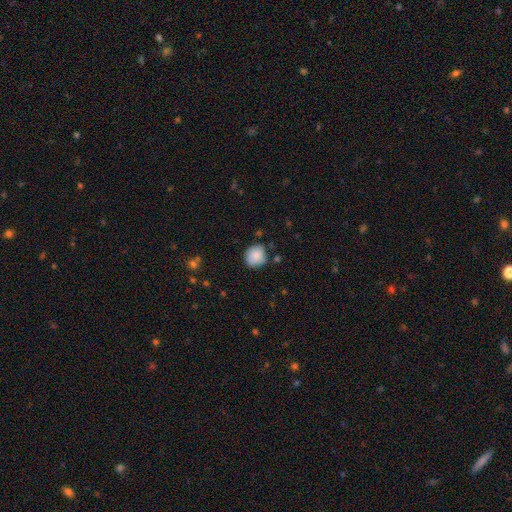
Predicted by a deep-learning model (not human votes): Overall: smooth (84%). How rounded: round (77%). Merging: none (72%).